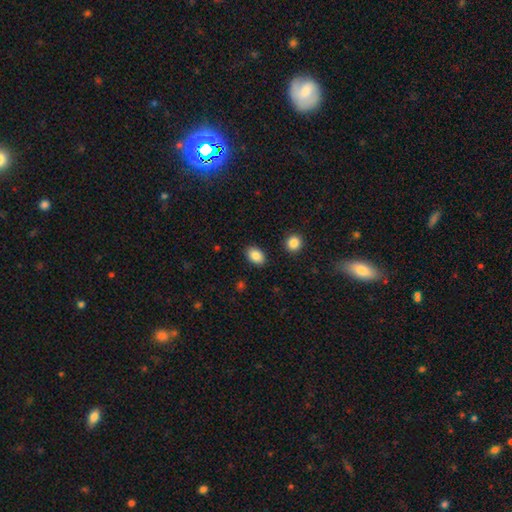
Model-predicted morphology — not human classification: Smooth or featured? smooth (87%)
How rounded? in between (84%)
Merging? none (87%)